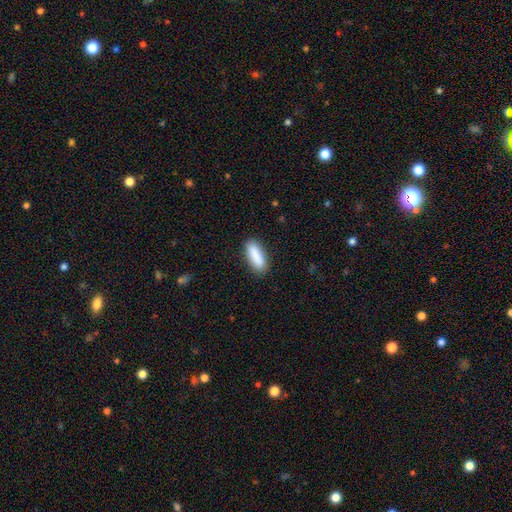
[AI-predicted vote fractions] A smooth galaxy with no disk features (89%) that is in between round and cigar-shaped (64%). Merging: none (86%).